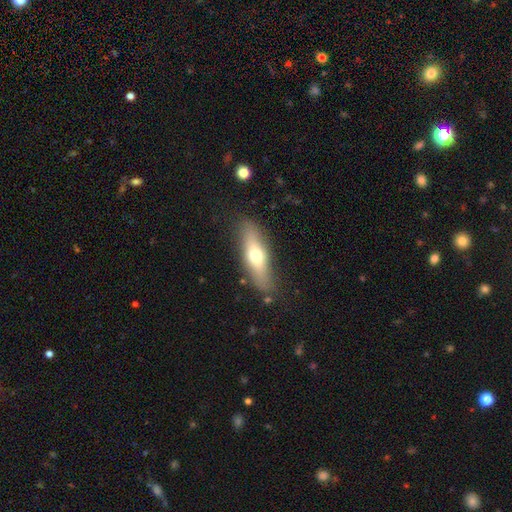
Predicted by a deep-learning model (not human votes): Smooth or featured: smooth — 57% (featured or disk — 37%)
How rounded: cigar-shaped — 53% (in between — 44%)
Merging: none — 82% (minor disturbance — 12%)